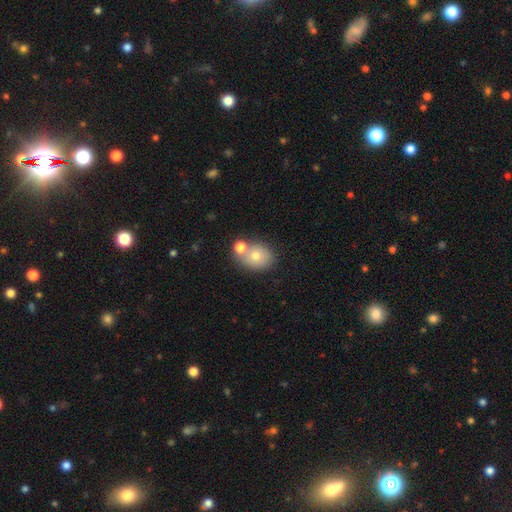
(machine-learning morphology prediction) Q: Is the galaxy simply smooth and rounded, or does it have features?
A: smooth — 73%.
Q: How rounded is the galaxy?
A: round — 61%.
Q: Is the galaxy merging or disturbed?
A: none — 48%.